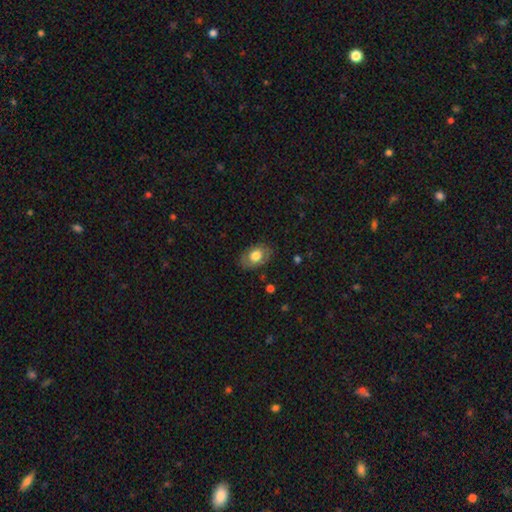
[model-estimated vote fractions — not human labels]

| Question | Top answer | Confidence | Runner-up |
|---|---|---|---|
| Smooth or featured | smooth | 69% | featured or disk (23%) |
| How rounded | in between | 81% | round (18%) |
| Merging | none | 80% | minor disturbance (15%) |